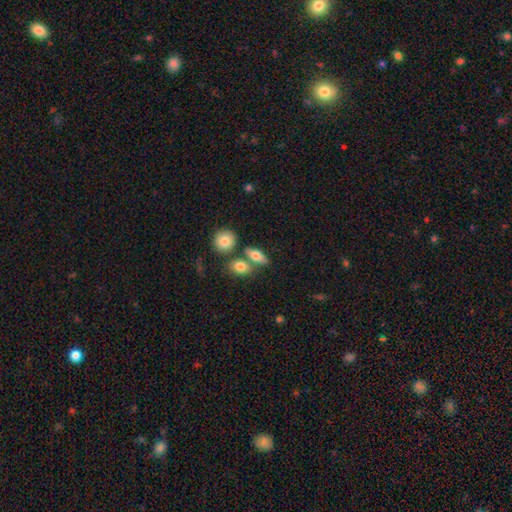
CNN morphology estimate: Smooth or featured? smooth (71%)
How rounded? in between (70%)
Merging? none (59%)